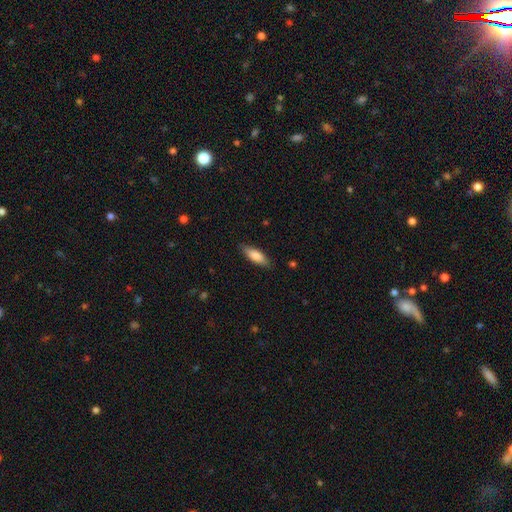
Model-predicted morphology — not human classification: This is clearly a smooth galaxy (81%). How rounded: possibly in between (57%). Merging: clearly none (85%).